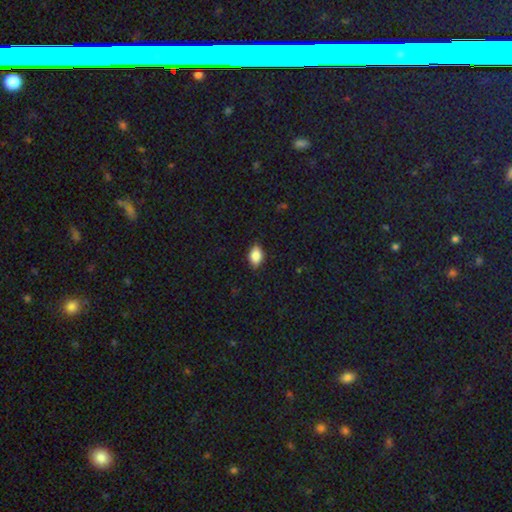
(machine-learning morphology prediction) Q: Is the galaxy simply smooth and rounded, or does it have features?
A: smooth — 84%.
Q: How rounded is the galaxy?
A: in between — 85%.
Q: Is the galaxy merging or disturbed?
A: none — 85%.